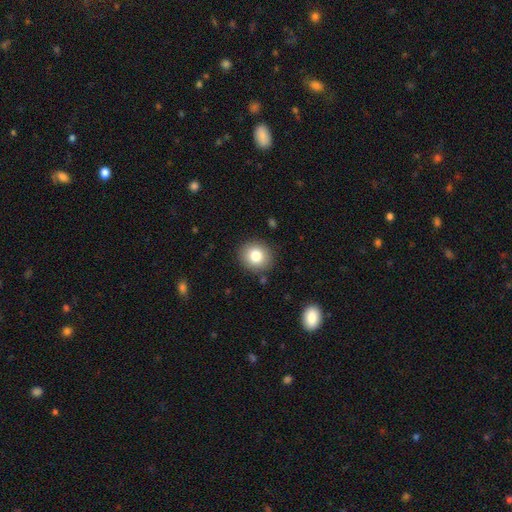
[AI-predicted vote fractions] smooth_or_featured: smooth (p=0.81) [alt: star or artifact p=0.10]
how_rounded: round (p=0.83) [alt: in between p=0.16]
merging: none (p=0.88) [alt: minor disturbance p=0.08]